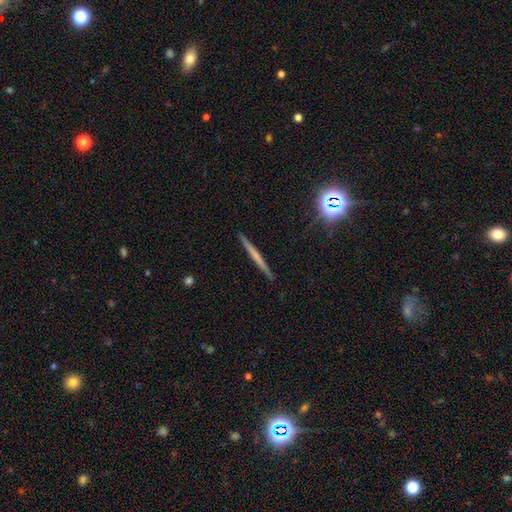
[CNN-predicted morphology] Smooth or featured? featured or disk (47%)
Merging? none (91%)